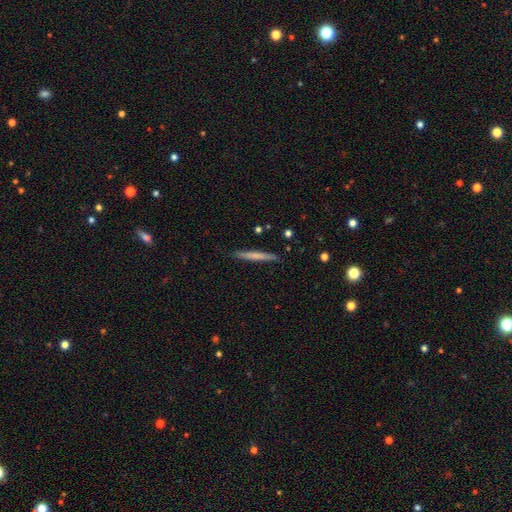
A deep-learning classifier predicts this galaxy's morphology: Smooth or featured? Predicted: smooth (p=0.60). How rounded? Predicted: cigar-shaped (p=0.96). Merging? Predicted: none (p=0.89).